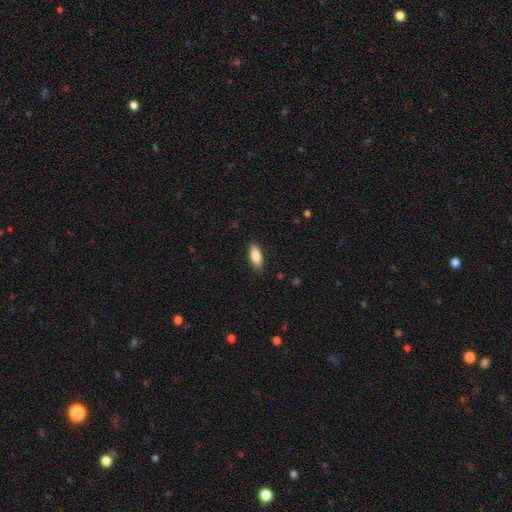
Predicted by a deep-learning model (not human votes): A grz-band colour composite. It shows a smooth galaxy with no disk features (85%) that is in between round and cigar-shaped (76%). Merging: none (87%).